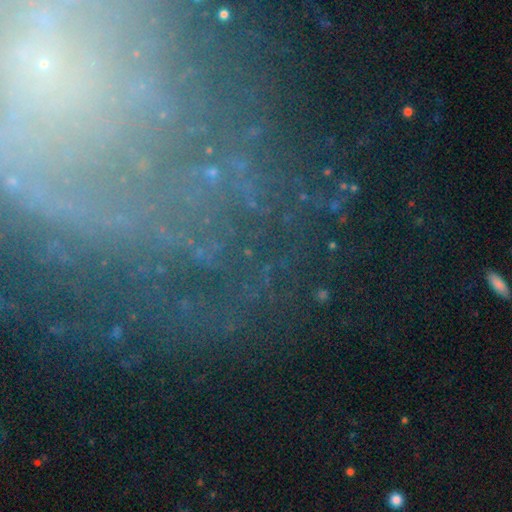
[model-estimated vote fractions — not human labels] A featured or disk galaxy (44%). Merging: none (68%).